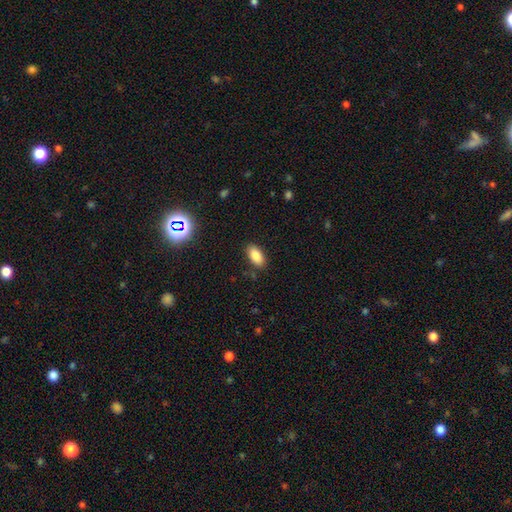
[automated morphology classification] A smooth galaxy with no disk features (86%) that is in between round and cigar-shaped (93%).

Vote fractions:
- Smooth or featured? smooth: 86% / star or artifact: 9% / featured or disk: 5%
- How rounded? in between: 93% / cigar-shaped: 4% / round: 3%
- Merging? none: 86% / minor disturbance: 10% / major disturbance: 3% / merger: 1%